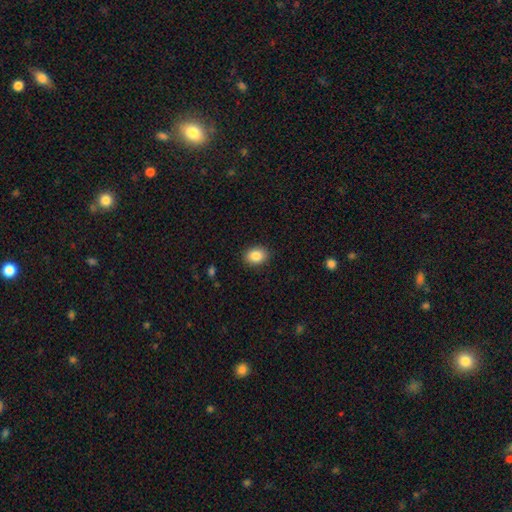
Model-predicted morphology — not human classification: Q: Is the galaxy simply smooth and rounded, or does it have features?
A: smooth — 86%.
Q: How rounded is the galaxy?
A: in between — 62%.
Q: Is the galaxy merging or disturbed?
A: none — 90%.